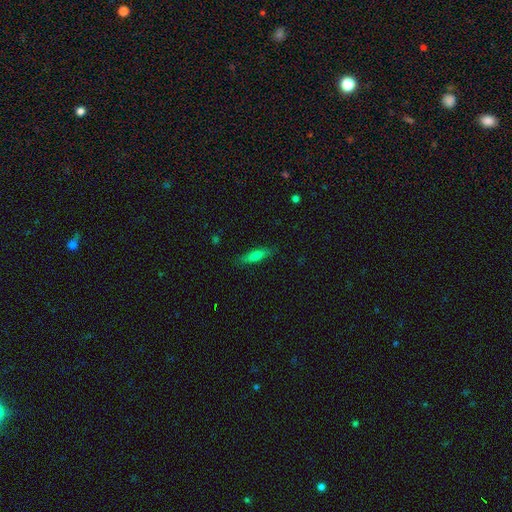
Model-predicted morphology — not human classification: Smooth or featured?
  - smooth: 68% *
  - featured or disk: 24%
  - star or artifact: 8%
How rounded?
  - cigar-shaped: 66% *
  - in between: 32%
  - round: 2%
Merging?
  - none: 84% *
  - minor disturbance: 13%
  - major disturbance: 3%
  - merger: 1%